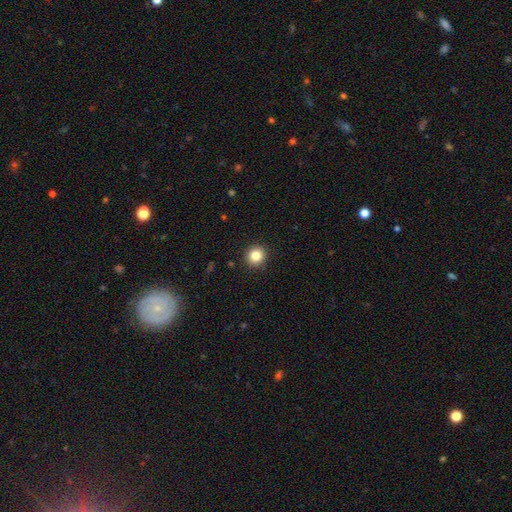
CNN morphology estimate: The model was most divided on "smooth or featured": smooth: 84%, star or artifact: 11%, featured or disk: 6%. More confident: merging — none (92%); how rounded — round (90%).